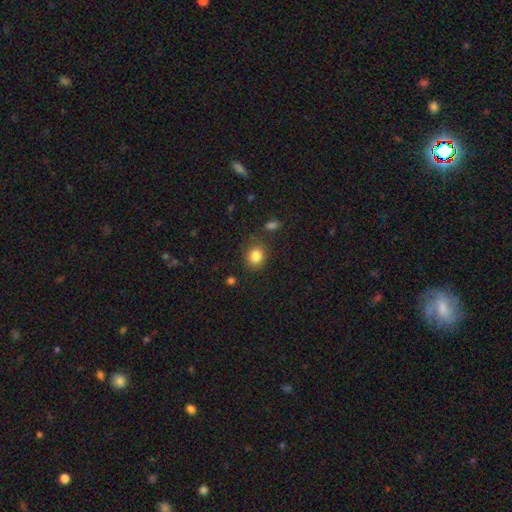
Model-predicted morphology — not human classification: Smooth or featured: smooth — 84% (star or artifact — 10%)
How rounded: round — 71% (in between — 28%)
Merging: none — 81% (minor disturbance — 12%)